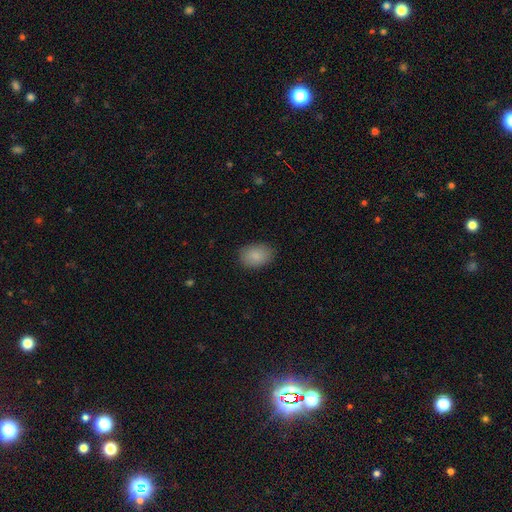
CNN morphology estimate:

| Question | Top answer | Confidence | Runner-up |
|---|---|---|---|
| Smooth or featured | smooth | 88% | star or artifact (7%) |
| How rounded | in between | 82% | round (17%) |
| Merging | none | 85% | minor disturbance (11%) |